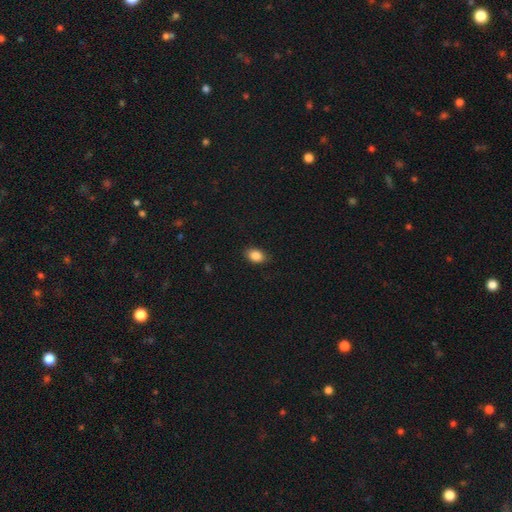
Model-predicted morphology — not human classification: The model was most divided on "how rounded": in between: 82%, round: 17%, cigar-shaped: 1%. More confident: smooth or featured — smooth (87%); merging — none (86%).